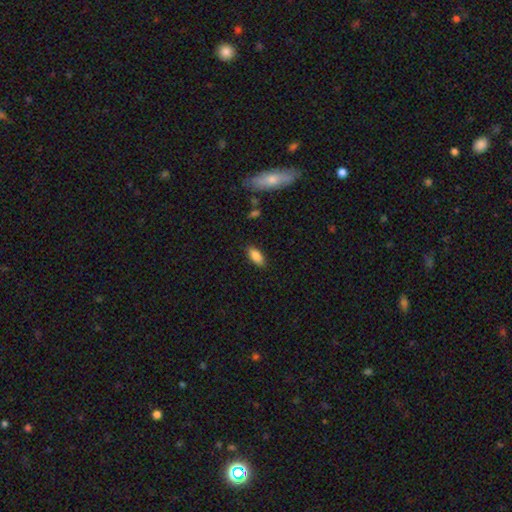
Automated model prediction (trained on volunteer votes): This is clearly a smooth galaxy (86%). How rounded: clearly in between (89%). Merging: clearly none (86%).